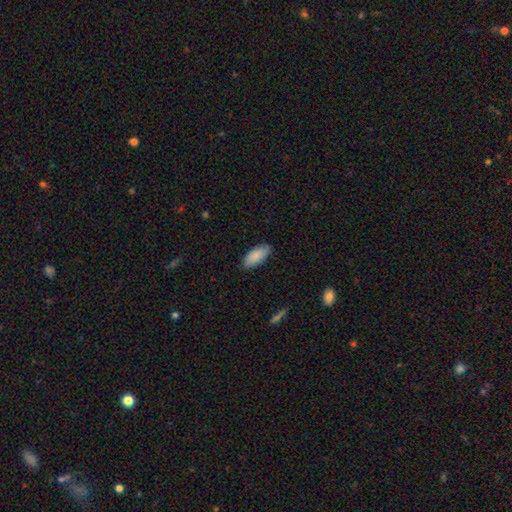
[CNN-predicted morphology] Smooth or featured? smooth (87%)
How rounded? in between (86%)
Merging? none (84%)